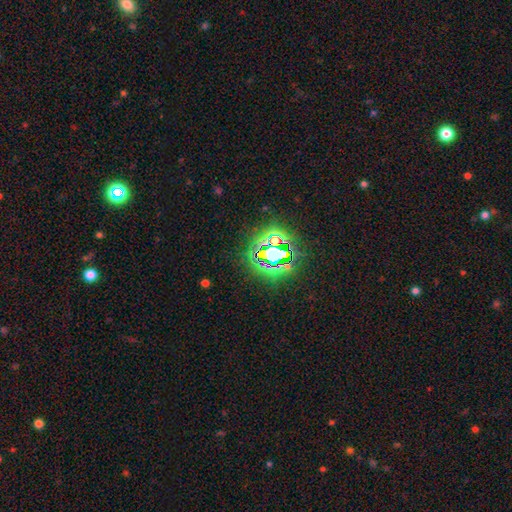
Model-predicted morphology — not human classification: A star or artifact, not a galaxy (80%).